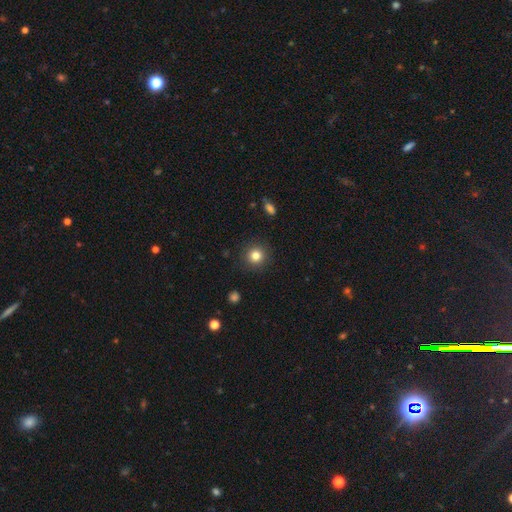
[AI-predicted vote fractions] The model was most divided on "smooth or featured": smooth: 82%, star or artifact: 12%, featured or disk: 6%. More confident: how rounded — round (94%); merging — none (91%).